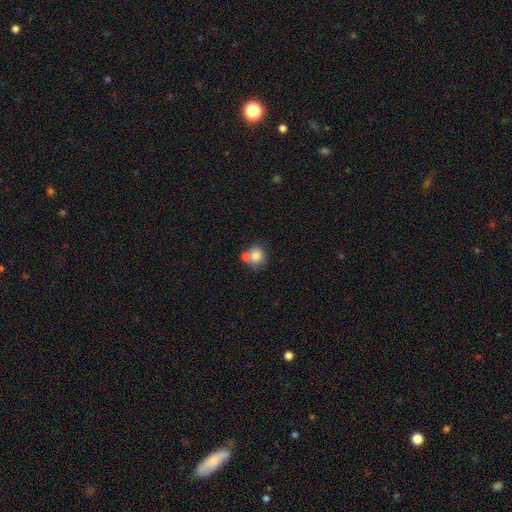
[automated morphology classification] A smooth galaxy with no disk features (81%) that is round (86%). Merging: none (52%).